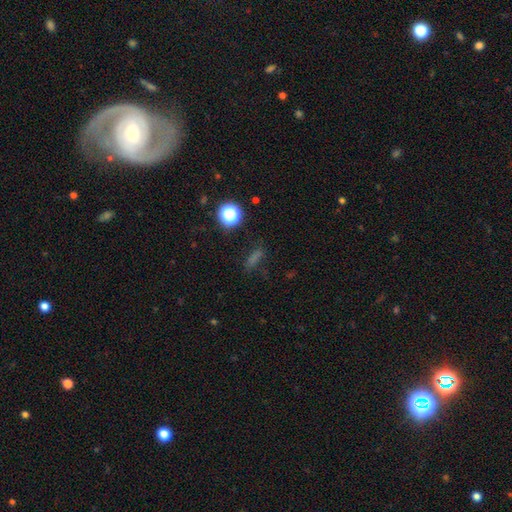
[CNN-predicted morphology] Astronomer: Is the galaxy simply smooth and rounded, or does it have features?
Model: smooth — 55% (runner-up: star or artifact, 33%).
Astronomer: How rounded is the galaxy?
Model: cigar-shaped — 54% (runner-up: in between, 29%).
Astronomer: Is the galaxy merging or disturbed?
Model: none — 76%.